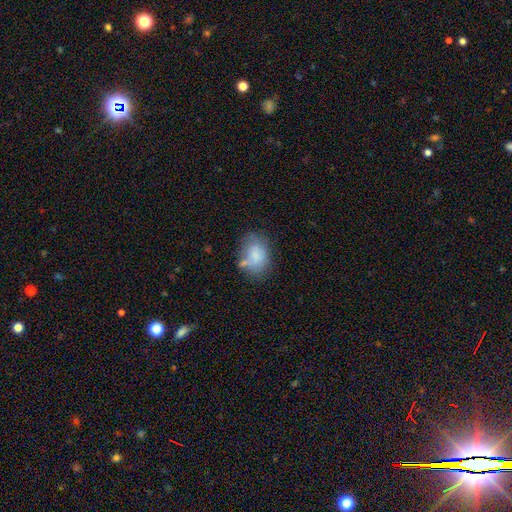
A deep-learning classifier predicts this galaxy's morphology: The model was most divided on "merging": none: 49%, minor disturbance: 26%, merger: 13%, major disturbance: 11%. More confident: smooth or featured — smooth (75%); how rounded — in between (72%).